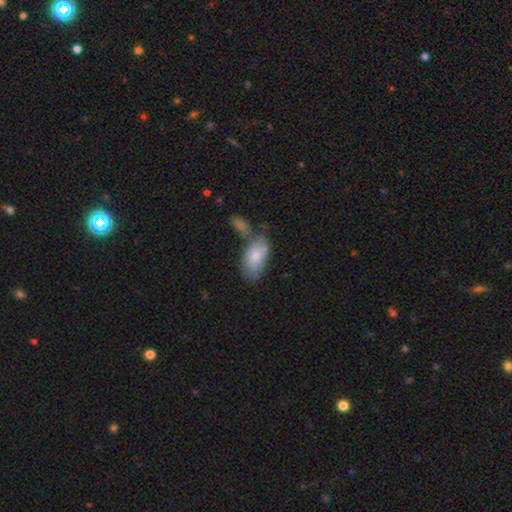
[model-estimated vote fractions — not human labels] Smooth or featured? Predicted: smooth (p=0.77). How rounded? Predicted: in between (p=0.93). Merging? Predicted: none (p=0.43).